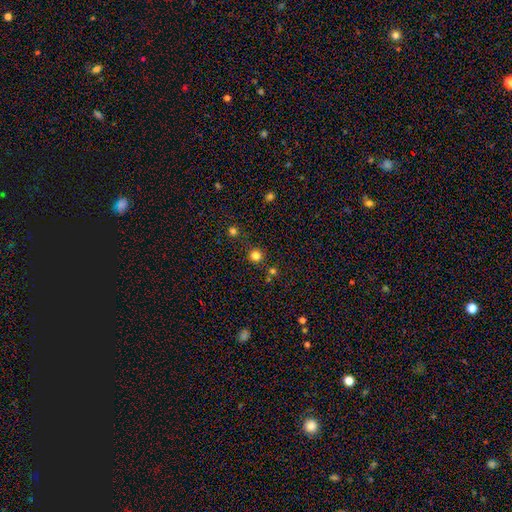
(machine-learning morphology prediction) Smooth or featured? smooth (80%)
How rounded? round (95%)
Merging? none (86%)